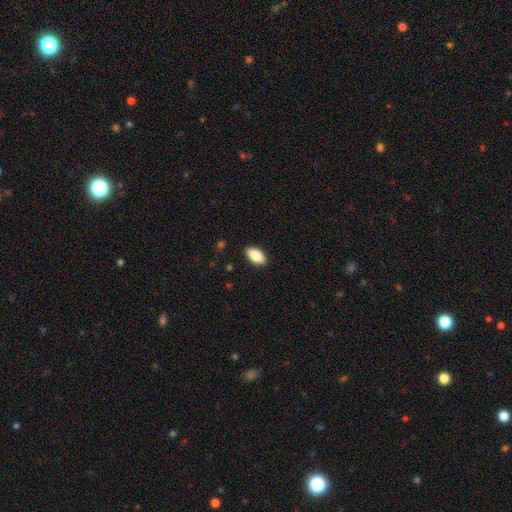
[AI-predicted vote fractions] A smooth galaxy with no disk features (84%) that is in between round and cigar-shaped (92%). Merging: none (89%).